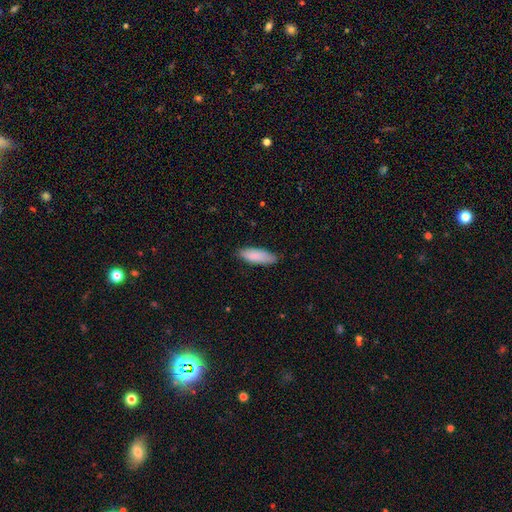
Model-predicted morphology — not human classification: A smooth galaxy with no disk features (87%) that is in between round and cigar-shaped (58%).

Vote fractions:
- Smooth or featured? smooth: 87% / featured or disk: 7% / star or artifact: 6%
- How rounded? in between: 58% / cigar-shaped: 40% / round: 1%
- Merging? none: 78% / minor disturbance: 18% / major disturbance: 3% / merger: 1%